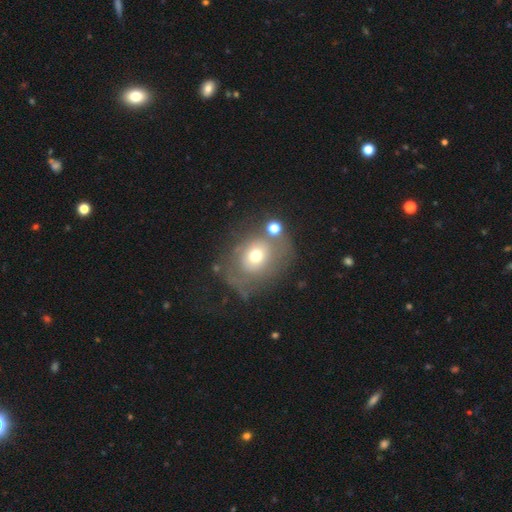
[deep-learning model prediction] A smooth galaxy with no disk features (58%) that is round (61%).

Vote fractions:
- Smooth or featured? smooth: 58% / featured or disk: 30% / star or artifact: 13%
- How rounded? round: 61% / in between: 38% / cigar-shaped: 1%
- Merging? none: 47% / major disturbance: 21% / minor disturbance: 21% / merger: 11%